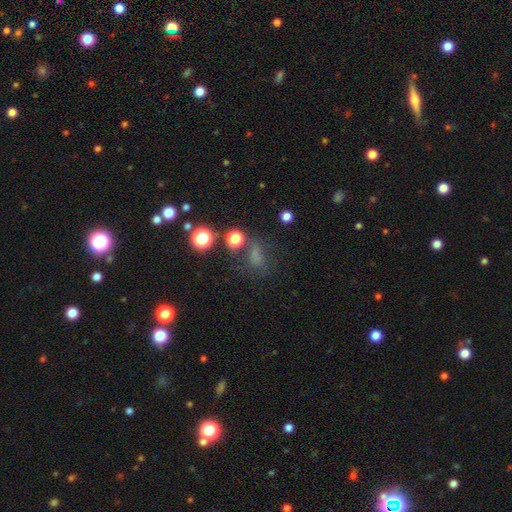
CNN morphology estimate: The model was most divided on "how rounded": in between: 54%, round: 41%, cigar-shaped: 5%. More confident: smooth or featured — smooth (57%); merging — none (55%).